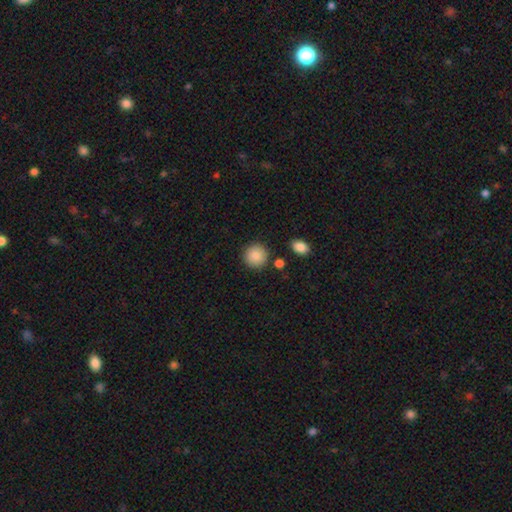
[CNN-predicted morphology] A smooth galaxy with no disk features (89%) that is round (93%).

Vote fractions:
- Smooth or featured? smooth: 89% / star or artifact: 8% / featured or disk: 4%
- How rounded? round: 93% / in between: 6% / cigar-shaped: 1%
- Merging? none: 86% / minor disturbance: 7% / merger: 4% / major disturbance: 2%